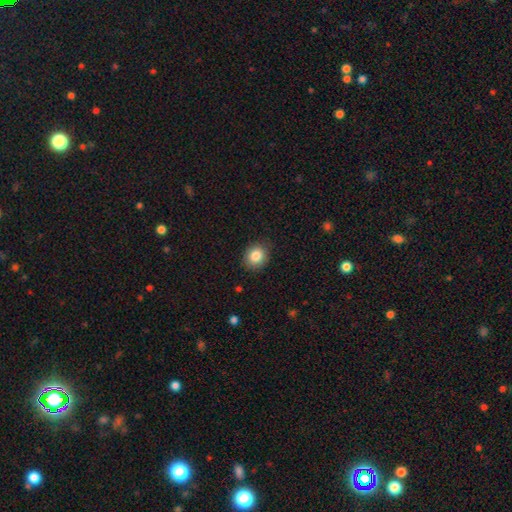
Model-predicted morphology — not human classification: Q: Smooth or featured?
A: smooth (85%); runner-up: star or artifact (9%)
Q: How rounded?
A: round (69%); runner-up: in between (30%)
Q: Merging?
A: none (87%); runner-up: minor disturbance (10%)